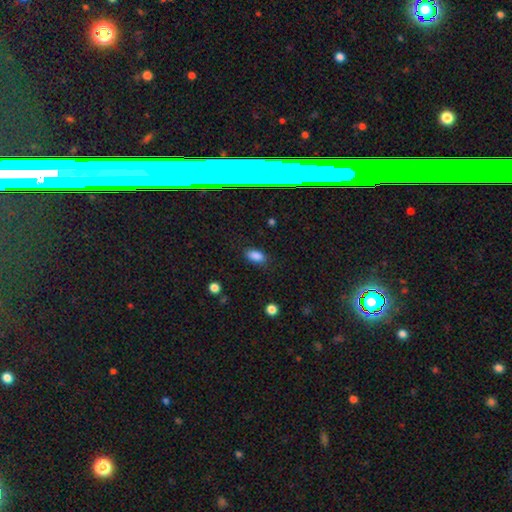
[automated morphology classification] Smooth or featured: smooth — 83% (star or artifact — 13%)
How rounded: in between — 89% (round — 8%)
Merging: none — 84% (minor disturbance — 11%)